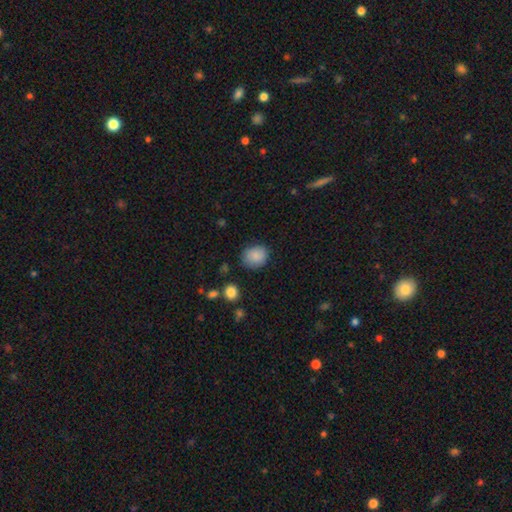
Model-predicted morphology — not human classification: Overall: smooth (87%). How rounded: round (61%; in between 38%). Merging: none (79%).